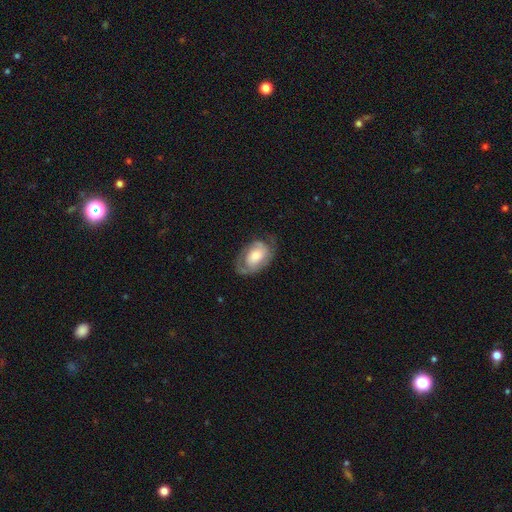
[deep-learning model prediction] This appears to be a featured or disk galaxy (66%) with no bar (75%), 2 (56%) tight (52%) spiral arms (81%) and a moderate central bulge (37%). Merging: none (62%).